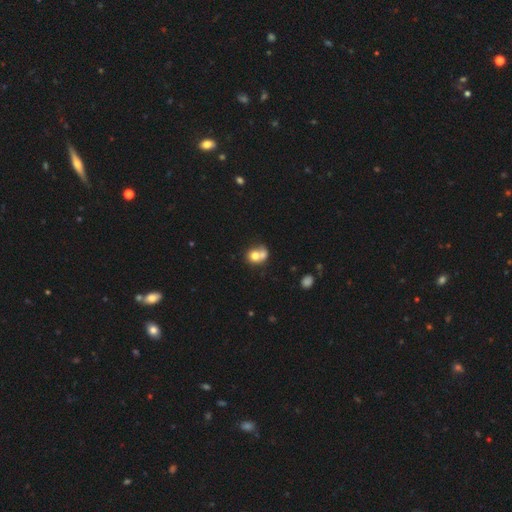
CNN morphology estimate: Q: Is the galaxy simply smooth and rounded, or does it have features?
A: smooth — 71%.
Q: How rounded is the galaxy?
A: round — 66%.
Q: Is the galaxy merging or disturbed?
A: merger — 60%.